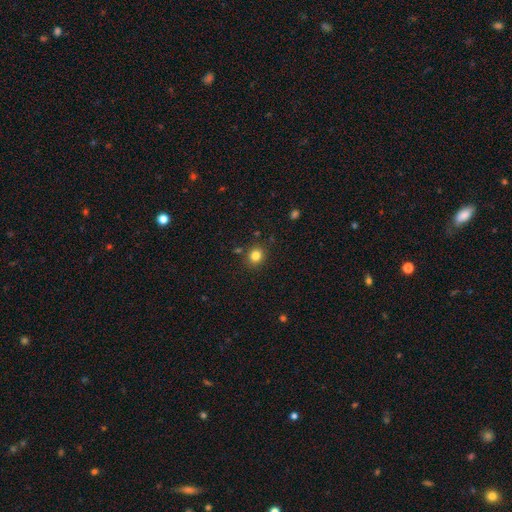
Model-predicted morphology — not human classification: A smooth galaxy with no disk features (82%) that is round (80%).

Vote fractions:
- Smooth or featured? smooth: 82% / star or artifact: 13% / featured or disk: 5%
- How rounded? round: 80% / in between: 19% / cigar-shaped: 1%
- Merging? none: 86% / minor disturbance: 8% / merger: 3% / major disturbance: 2%